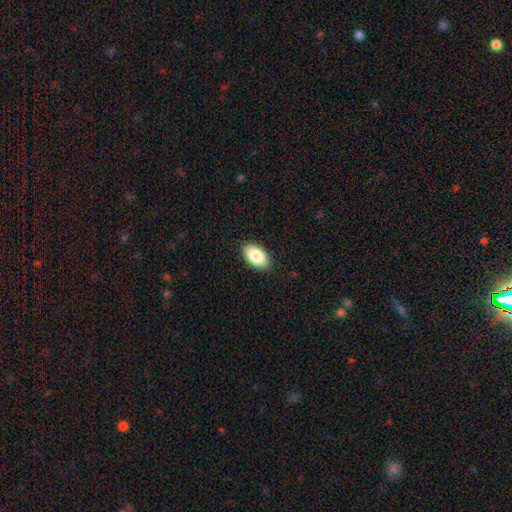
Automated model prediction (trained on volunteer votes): This is clearly a smooth galaxy (87%). How rounded: clearly in between (95%). Merging: clearly none (89%).